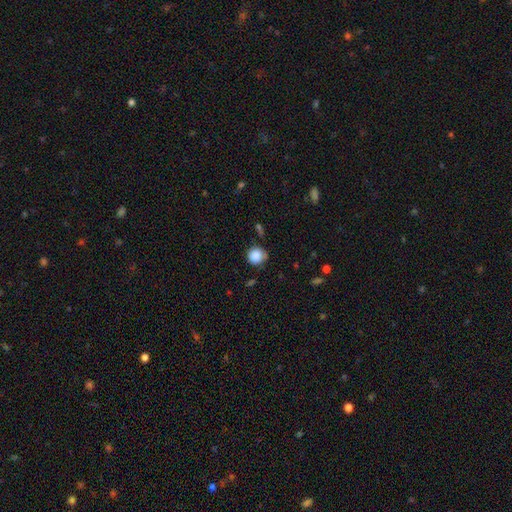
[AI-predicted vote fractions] smooth 86%, star or artifact 9%, featured or disk 5%. Down the decision tree: how rounded — round (91%); merging — none (73%).